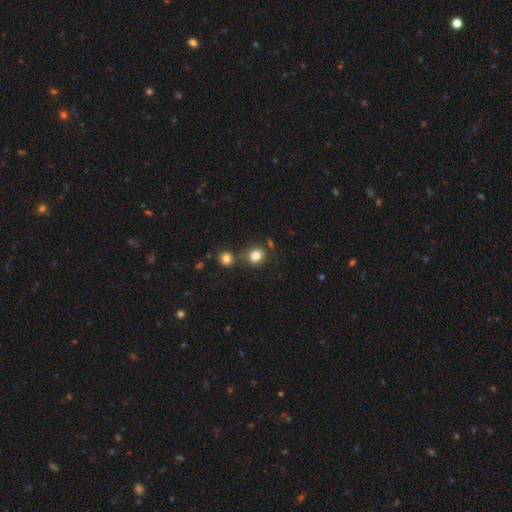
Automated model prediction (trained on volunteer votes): This appears to be a smooth galaxy with no disk features (81%) that is round (76%). Merging: none (69%).